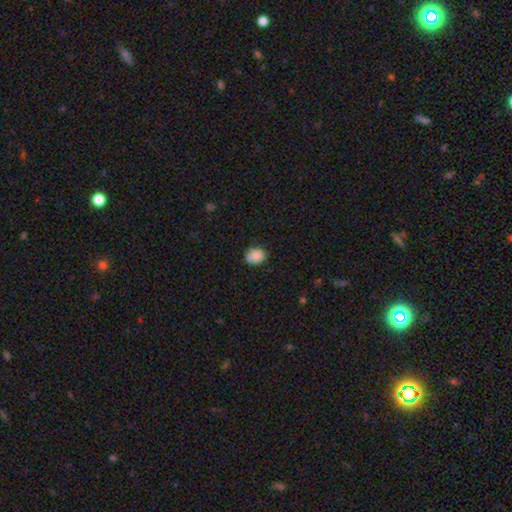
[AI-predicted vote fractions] A smooth galaxy with no disk features (84%) that is round (57%).

Vote fractions:
- Smooth or featured? smooth: 84% / star or artifact: 9% / featured or disk: 7%
- How rounded? round: 57% / in between: 42% / cigar-shaped: 1%
- Merging? none: 70% / minor disturbance: 23% / major disturbance: 4% / merger: 3%